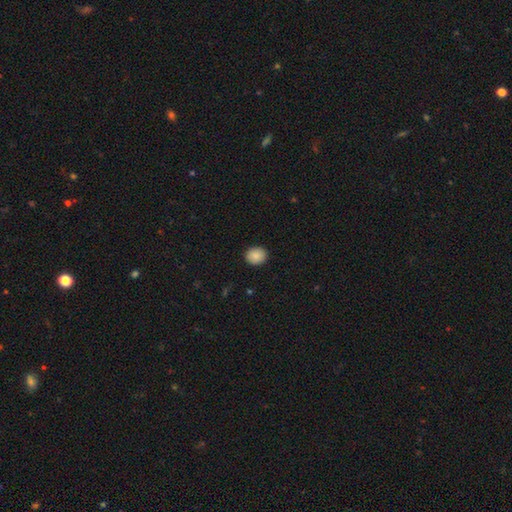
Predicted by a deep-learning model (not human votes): Smooth or featured: smooth — 88% (star or artifact — 8%)
How rounded: round — 66% (in between — 33%)
Merging: none — 91% (minor disturbance — 7%)